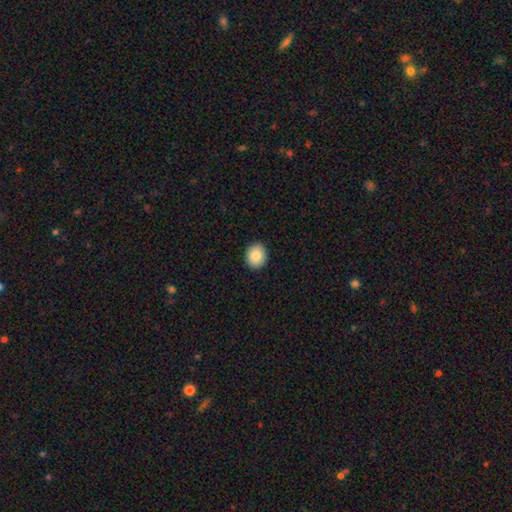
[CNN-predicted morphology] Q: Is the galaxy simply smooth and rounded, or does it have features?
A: smooth — 86%.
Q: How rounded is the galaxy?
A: round — 68%.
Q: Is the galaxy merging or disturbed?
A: none — 90%.